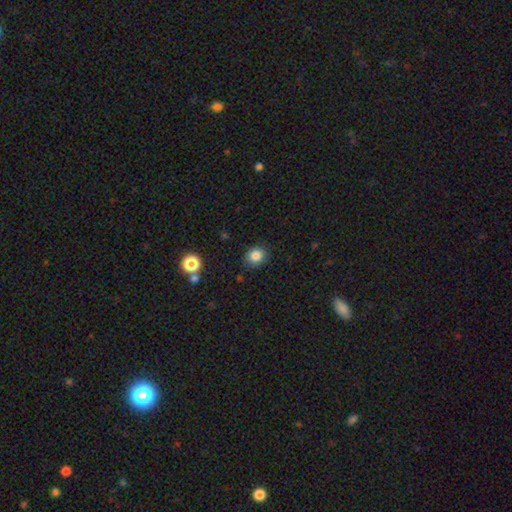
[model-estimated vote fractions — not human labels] Q: Smooth or featured?
A: smooth (84%); runner-up: star or artifact (11%)
Q: How rounded?
A: round (67%); runner-up: in between (32%)
Q: Merging?
A: none (85%); runner-up: minor disturbance (10%)